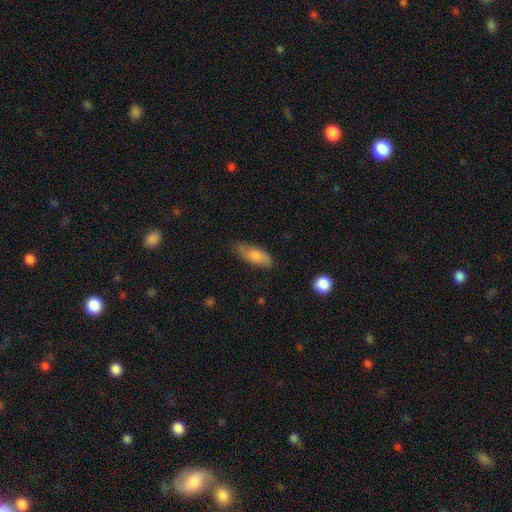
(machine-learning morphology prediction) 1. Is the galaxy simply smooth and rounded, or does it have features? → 80% smooth, 14% featured or disk, 6% star or artifact.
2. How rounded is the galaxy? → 74% in between, 24% cigar-shaped, 2% round.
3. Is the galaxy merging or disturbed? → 68% none, 25% minor disturbance, 5% major disturbance, 2% merger.